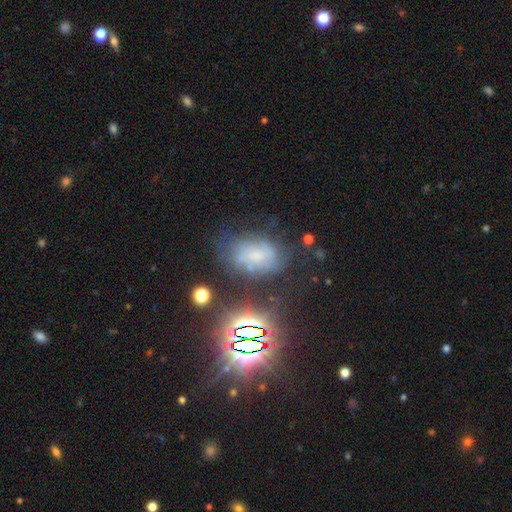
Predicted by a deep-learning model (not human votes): A smooth galaxy with no disk features (40%). Merging: none (49%).